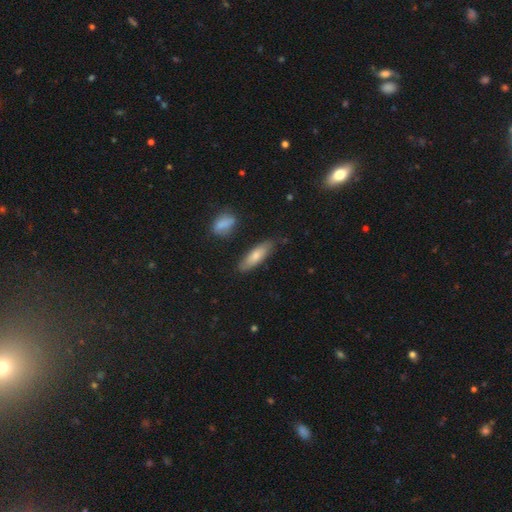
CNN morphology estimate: Smooth or featured: smooth — 72% (featured or disk — 22%)
How rounded: in between — 51% (cigar-shaped — 47%)
Merging: none — 78% (minor disturbance — 16%)